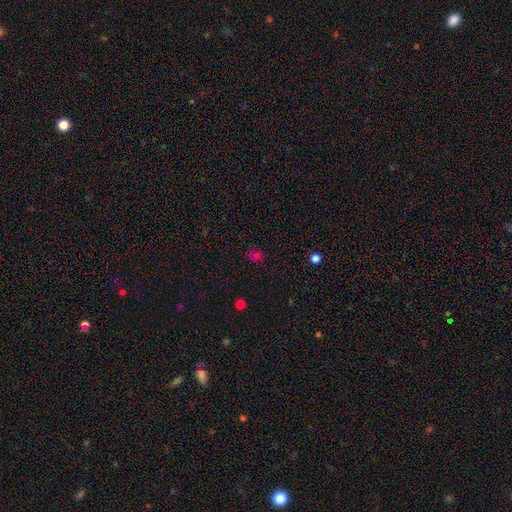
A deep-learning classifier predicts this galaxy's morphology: Smooth or featured? Predicted: smooth (p=0.58). How rounded? Predicted: in between (p=0.51). Merging? Predicted: none (p=0.72).